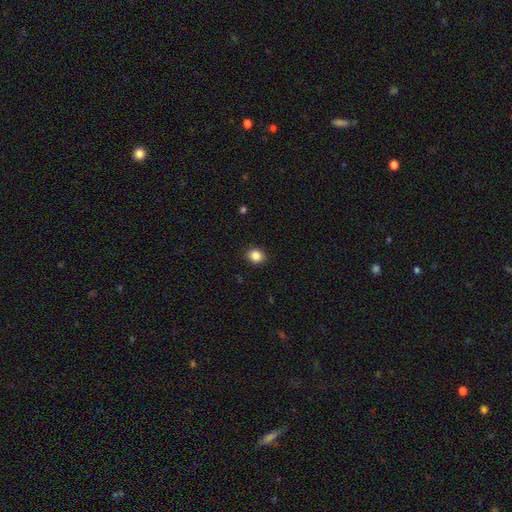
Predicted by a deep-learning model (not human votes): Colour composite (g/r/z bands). It shows a smooth galaxy with no disk features (85%) that is round (71%). Merging: none (91%).